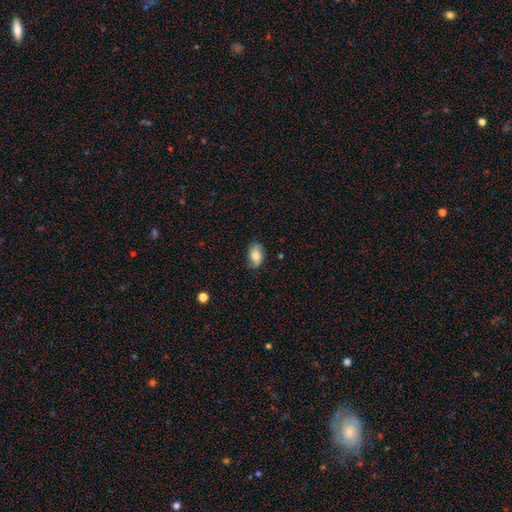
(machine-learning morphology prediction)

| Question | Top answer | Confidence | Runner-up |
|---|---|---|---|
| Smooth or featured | smooth | 66% | featured or disk (25%) |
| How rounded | in between | 88% | round (10%) |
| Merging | none | 70% | minor disturbance (23%) |